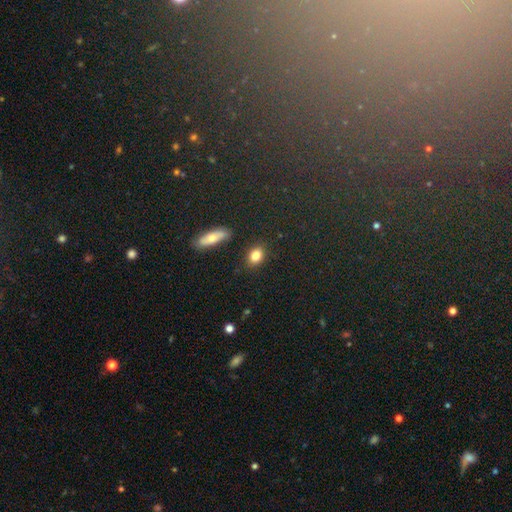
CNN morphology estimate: Smooth or featured?
  - smooth: 83% *
  - star or artifact: 9%
  - featured or disk: 8%
How rounded?
  - in between: 63% *
  - round: 34%
  - cigar-shaped: 3%
Merging?
  - none: 86% *
  - minor disturbance: 9%
  - merger: 3%
  - major disturbance: 2%